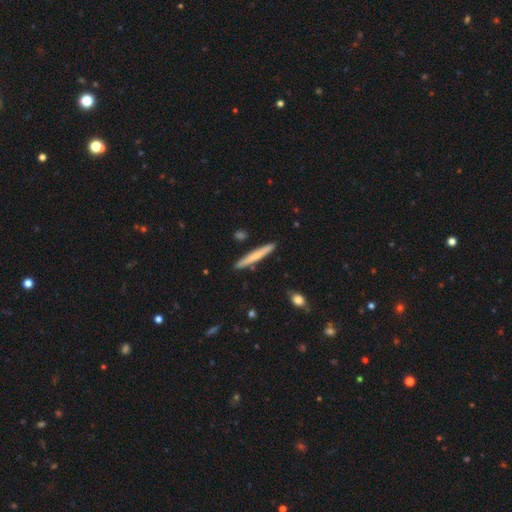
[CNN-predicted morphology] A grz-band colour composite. It shows a smooth galaxy with no disk features (65%) that is cigar-shaped (96%). Merging: none (90%).